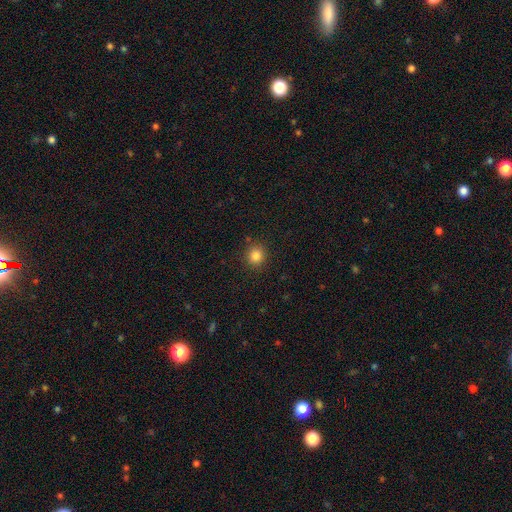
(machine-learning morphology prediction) Smooth or featured? smooth (83%)
How rounded? round (89%)
Merging? none (89%)